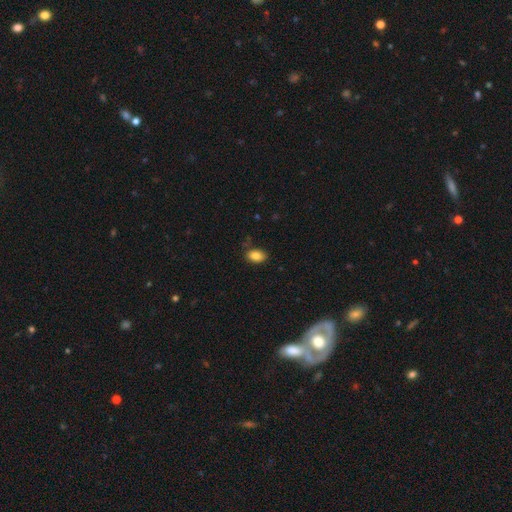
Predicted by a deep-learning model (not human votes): A smooth galaxy with no disk features (85%) that is in between round and cigar-shaped (86%).

Vote fractions:
- Smooth or featured? smooth: 85% / star or artifact: 9% / featured or disk: 6%
- How rounded? in between: 86% / round: 13% / cigar-shaped: 1%
- Merging? none: 81% / minor disturbance: 14% / major disturbance: 3% / merger: 2%